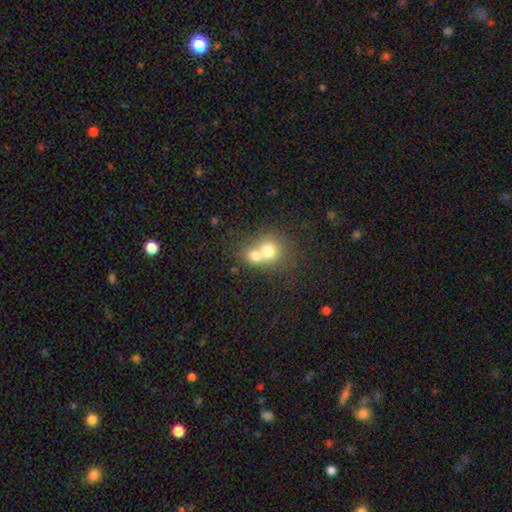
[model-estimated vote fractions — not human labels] smooth_or_featured: smooth (p=0.70) [alt: featured or disk p=0.19]
how_rounded: round (p=0.77) [alt: in between p=0.23]
merging: merger (p=0.68) [alt: none p=0.25]